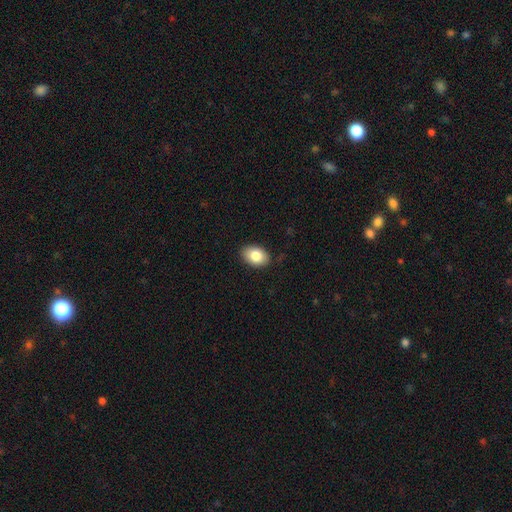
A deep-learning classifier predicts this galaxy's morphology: Q: Smooth or featured?
A: smooth (83%); runner-up: featured or disk (10%)
Q: How rounded?
A: in between (85%); runner-up: round (14%)
Q: Merging?
A: none (86%); runner-up: minor disturbance (11%)